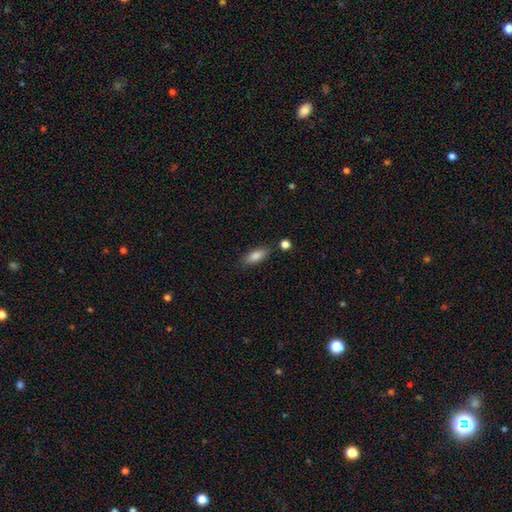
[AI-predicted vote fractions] A smooth galaxy with no disk features (83%) that is in between round and cigar-shaped (80%).

Vote fractions:
- Smooth or featured? smooth: 83% / featured or disk: 9% / star or artifact: 8%
- How rounded? in between: 80% / cigar-shaped: 17% / round: 3%
- Merging? none: 81% / minor disturbance: 12% / merger: 5% / major disturbance: 3%